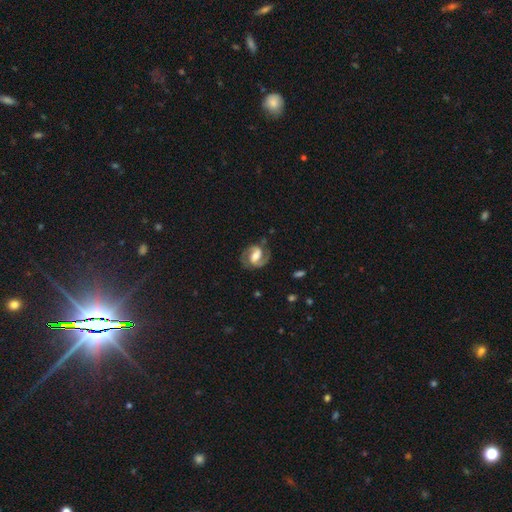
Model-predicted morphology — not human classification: smooth_or_featured: featured or disk (p=0.87) [alt: smooth p=0.09]
disk_edge_on: no (p=0.98) [alt: yes p=0.02]
bar: weak (p=0.46) [alt: strong p=0.34]
has_spiral_arms: yes (p=0.97) [alt: no p=0.03]
spiral_winding: medium (p=0.56) [alt: tight p=0.28]
spiral_arm_count: 2 (p=0.92) [alt: can't tell p=0.03]
bulge_size: moderate (p=0.50) [alt: large p=0.23]
merging: none (p=0.78) [alt: minor disturbance p=0.15]